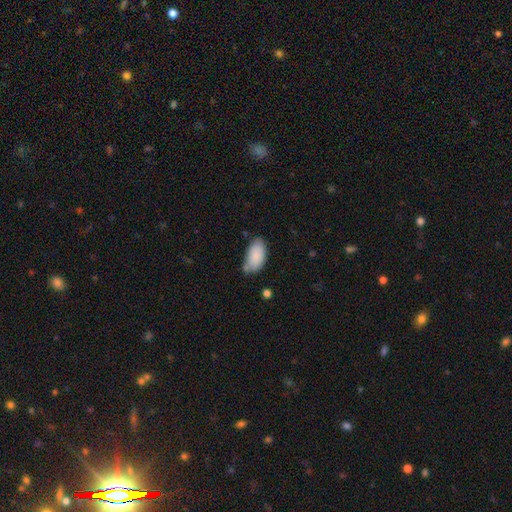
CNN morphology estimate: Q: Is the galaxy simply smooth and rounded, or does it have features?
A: smooth — 87%.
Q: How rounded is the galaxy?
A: in between — 95%.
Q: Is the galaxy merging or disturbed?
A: none — 62%.